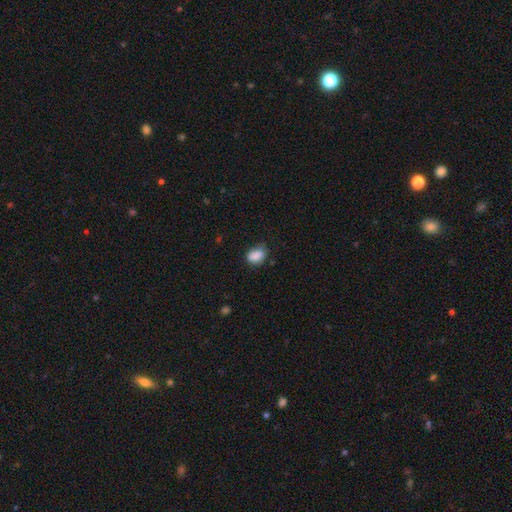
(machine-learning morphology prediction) smooth-or-featured: smooth: 86% | star or artifact: 8% | featured or disk: 6%
  how-rounded: in between: 76% | round: 22% | cigar-shaped: 1%
  merging: none: 65% | minor disturbance: 27% | major disturbance: 6% | merger: 2%